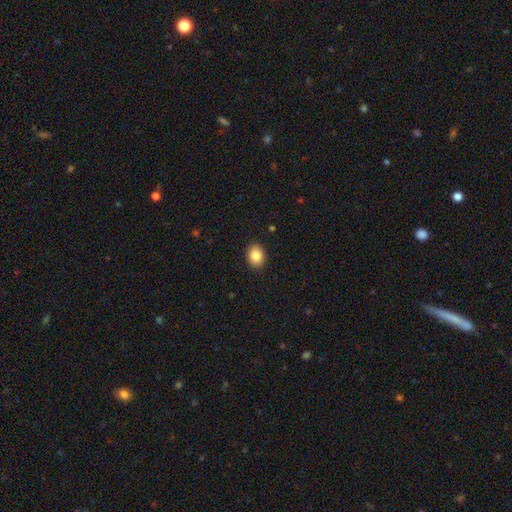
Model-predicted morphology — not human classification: smooth-or-featured: smooth: 85% | star or artifact: 9% | featured or disk: 6%
  how-rounded: in between: 57% | round: 42% | cigar-shaped: 1%
  merging: none: 91% | minor disturbance: 7% | major disturbance: 2% | merger: 1%